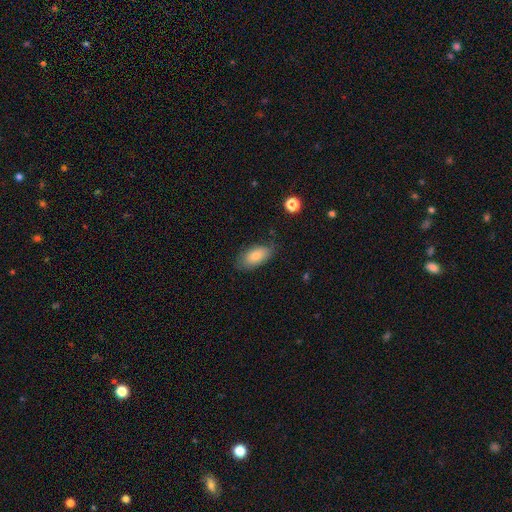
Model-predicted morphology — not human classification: This appears to be a smooth galaxy with no disk features (79%) that is in between round and cigar-shaped (92%). Merging: none (74%).